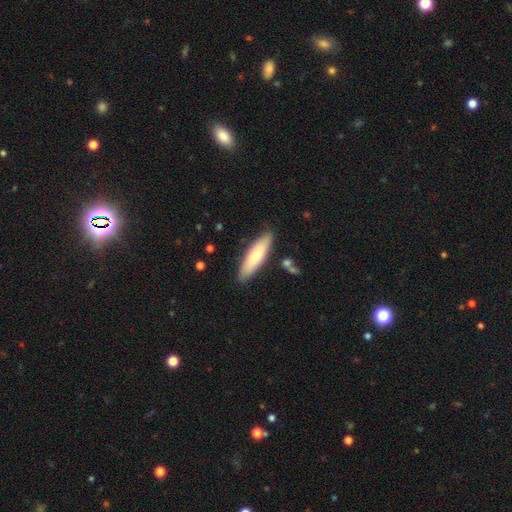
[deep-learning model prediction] A smooth galaxy with no disk features (72%) that is cigar-shaped (68%).

Vote fractions:
- Smooth or featured? smooth: 72% / featured or disk: 22% / star or artifact: 5%
- How rounded? cigar-shaped: 68% / in between: 31% / round: 1%
- Merging? none: 85% / minor disturbance: 11% / merger: 2% / major disturbance: 2%